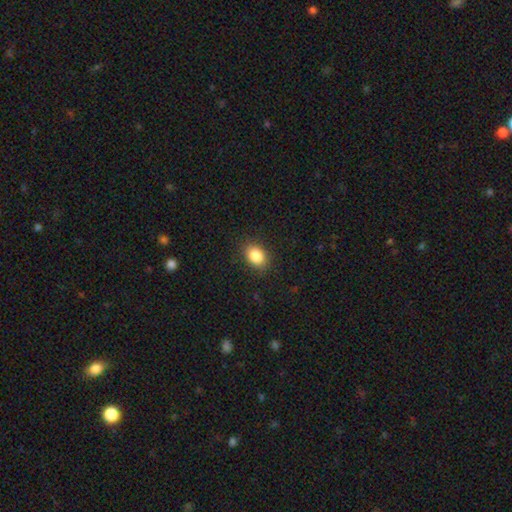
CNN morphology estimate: The model was most divided on "how rounded": in between: 74%, round: 25%, cigar-shaped: 1%. More confident: merging — none (87%); smooth or featured — smooth (86%).